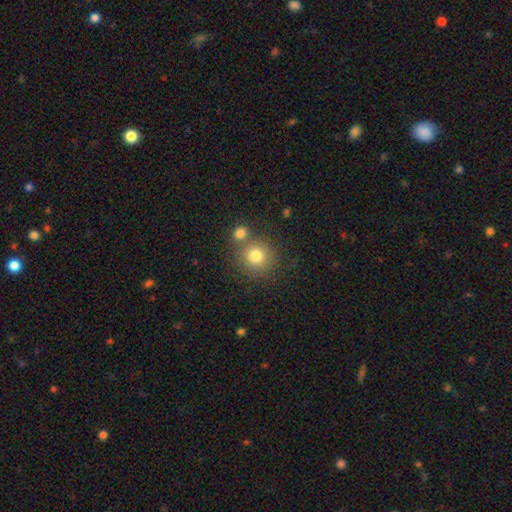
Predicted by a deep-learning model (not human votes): Smooth or featured?
  - smooth: 79% *
  - star or artifact: 12%
  - featured or disk: 9%
How rounded?
  - round: 92% *
  - in between: 8%
  - cigar-shaped: 1%
Merging?
  - none: 69% *
  - merger: 19%
  - minor disturbance: 8%
  - major disturbance: 3%